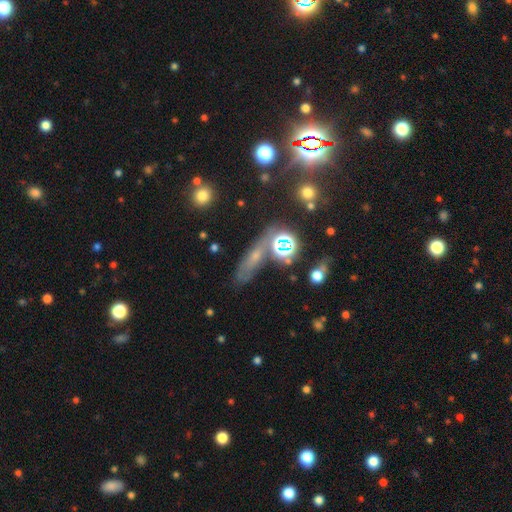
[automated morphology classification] This appears to be a smooth galaxy with no disk features (39%). Merging: none (59%).